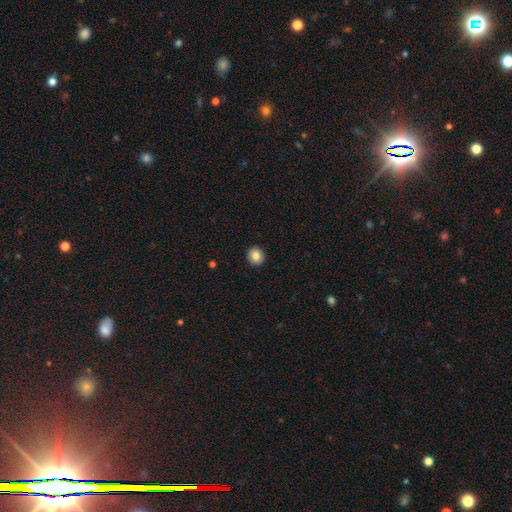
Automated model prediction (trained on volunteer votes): Smooth or featured? Predicted: smooth (p=0.85). How rounded? Predicted: round (p=0.90). Merging? Predicted: none (p=0.93).